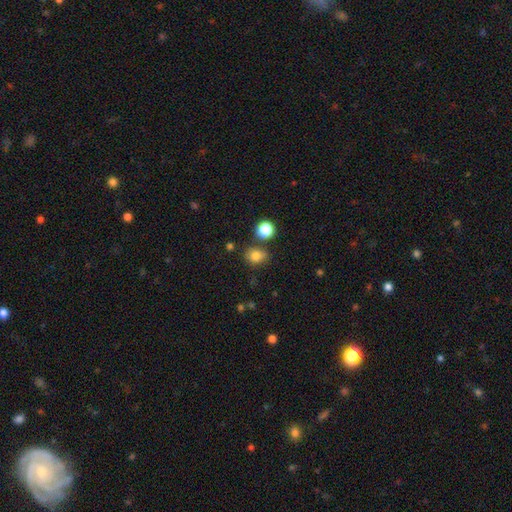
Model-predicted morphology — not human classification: Q: Smooth or featured?
A: smooth (78%); runner-up: star or artifact (14%)
Q: How rounded?
A: round (59%); runner-up: in between (40%)
Q: Merging?
A: none (74%); runner-up: minor disturbance (15%)